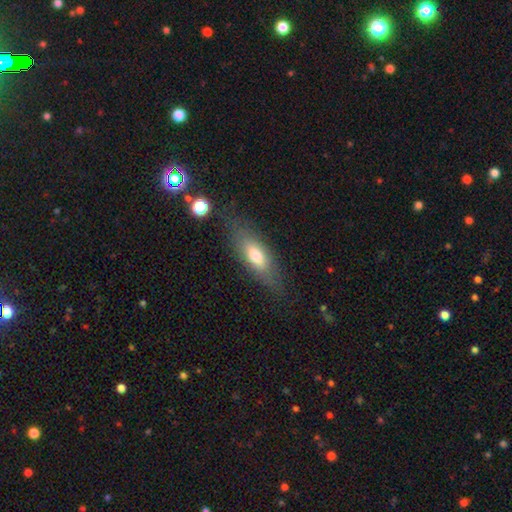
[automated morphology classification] Smooth or featured: smooth — 66% (featured or disk — 26%)
How rounded: in between — 68% (cigar-shaped — 28%)
Merging: none — 73% (minor disturbance — 18%)